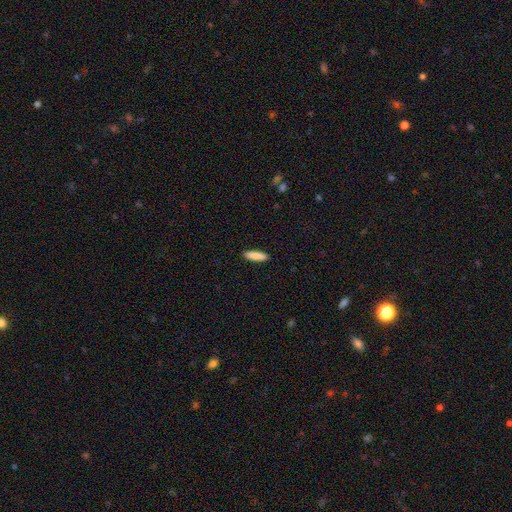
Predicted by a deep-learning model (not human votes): A smooth galaxy with no disk features (87%) that is cigar-shaped (68%). Merging: none (90%).